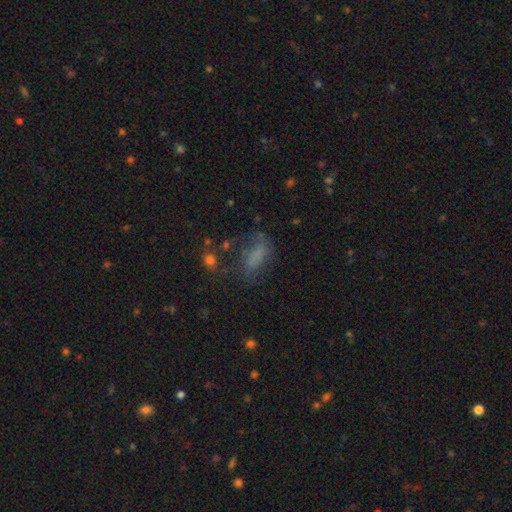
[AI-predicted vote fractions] This appears to be a smooth galaxy with no disk features (62%) that is in between round and cigar-shaped (77%). Merging: none (44%).